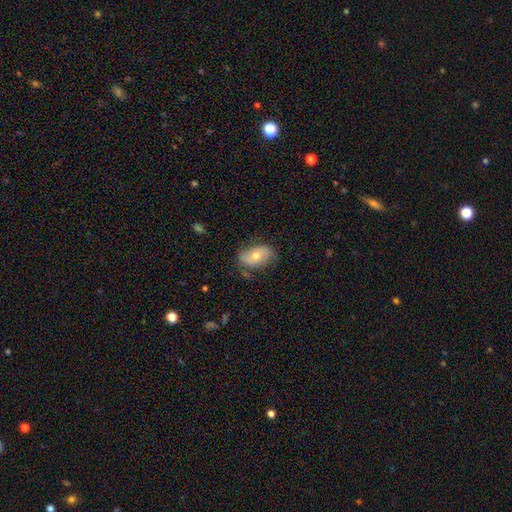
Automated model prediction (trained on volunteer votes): Smooth or featured?
  - featured or disk: 46% *
  - smooth: 45%
  - star or artifact: 9%
Merging?
  - none: 70% *
  - minor disturbance: 22%
  - major disturbance: 6%
  - merger: 1%